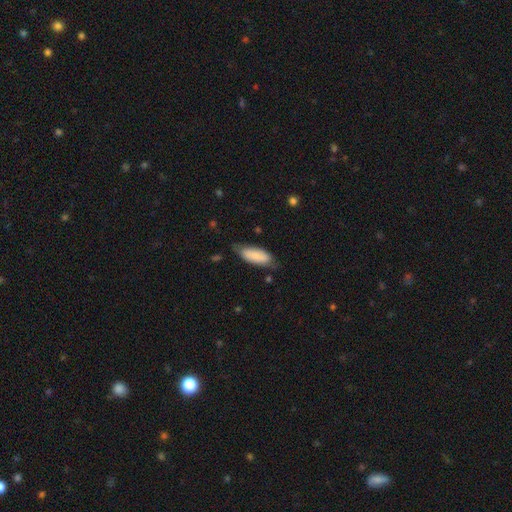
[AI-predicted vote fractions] A smooth galaxy with no disk features (84%) that is in between round and cigar-shaped (75%).

Vote fractions:
- Smooth or featured? smooth: 84% / featured or disk: 10% / star or artifact: 6%
- How rounded? in between: 75% / cigar-shaped: 24% / round: 2%
- Merging? none: 63% / minor disturbance: 28% / major disturbance: 6% / merger: 2%